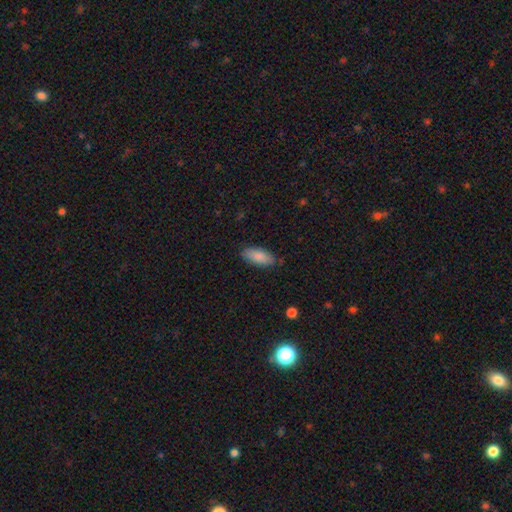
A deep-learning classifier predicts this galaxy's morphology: smooth 85%, featured or disk 8%, star or artifact 7%. Down the decision tree: how rounded — in between (83%); merging — none (86%).